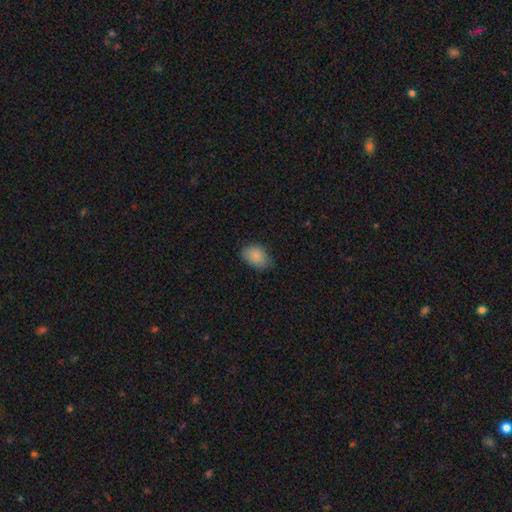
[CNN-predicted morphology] A smooth galaxy with no disk features (86%) that is in between round and cigar-shaped (81%). Merging: none (71%).